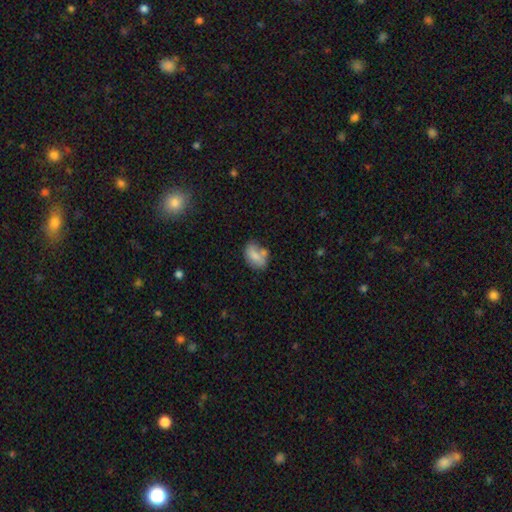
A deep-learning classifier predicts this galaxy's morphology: The model was most divided on "merging": none: 48%, merger: 24%, minor disturbance: 21%, major disturbance: 7%. More confident: how rounded — in between (83%); smooth or featured — smooth (72%).